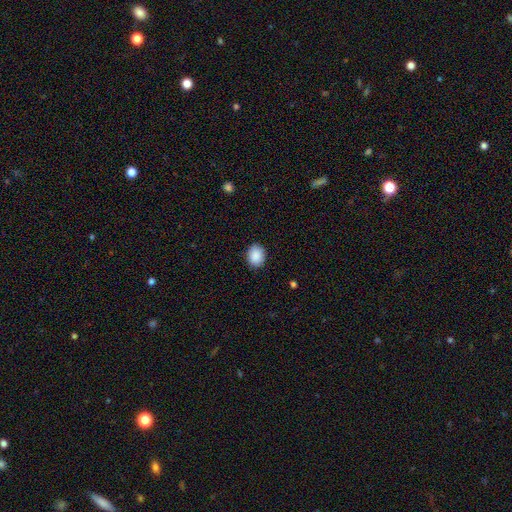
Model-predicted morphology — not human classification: smooth_or_featured: smooth (p=0.90) [alt: star or artifact p=0.07]
how_rounded: in between (p=0.59) [alt: round p=0.40]
merging: none (p=0.88) [alt: minor disturbance p=0.09]